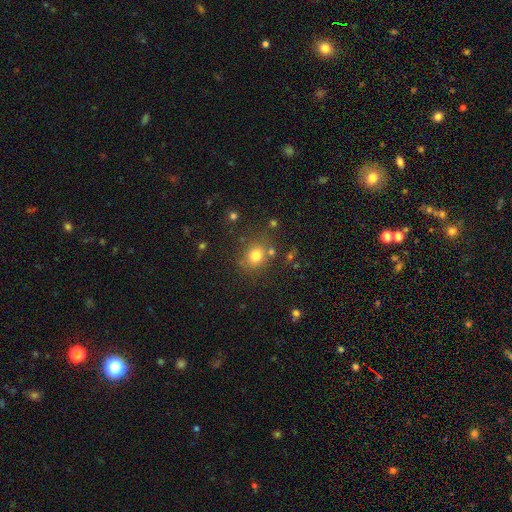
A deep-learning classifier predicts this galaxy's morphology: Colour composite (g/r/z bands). It shows a smooth galaxy with no disk features (75%) that is round (75%). Merging: none (74%).